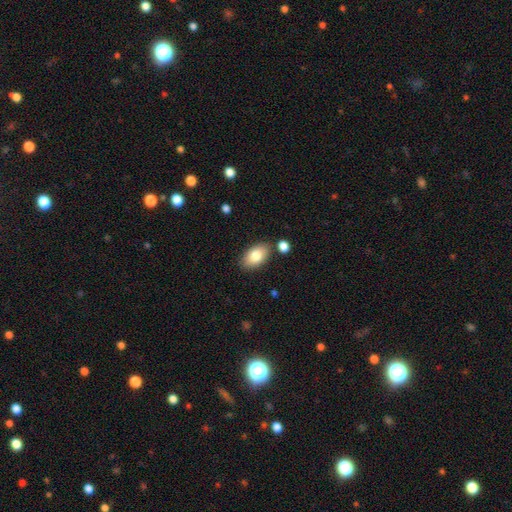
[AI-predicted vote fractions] Smooth or featured? smooth (81%)
How rounded? in between (93%)
Merging? none (82%)